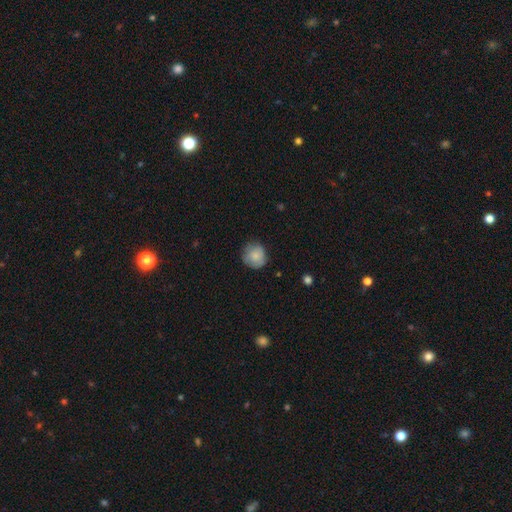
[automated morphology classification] Smooth or featured? Predicted: smooth (p=0.80). How rounded? Predicted: round (p=0.89). Merging? Predicted: none (p=0.73).